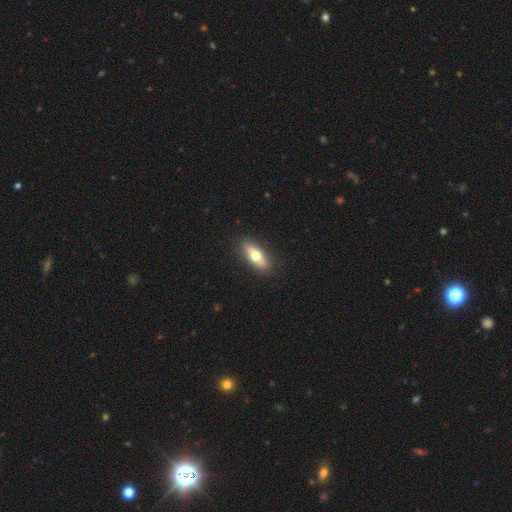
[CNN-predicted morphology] smooth 68%, featured or disk 26%, star or artifact 6%. Down the decision tree: how rounded — in between (67%); merging — none (89%).